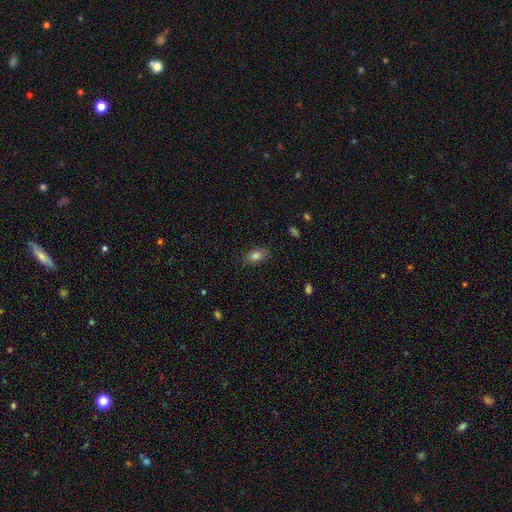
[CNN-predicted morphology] smooth_or_featured: smooth (p=0.81) [alt: featured or disk p=0.09]
how_rounded: in between (p=0.87) [alt: round p=0.09]
merging: none (p=0.83) [alt: minor disturbance p=0.13]